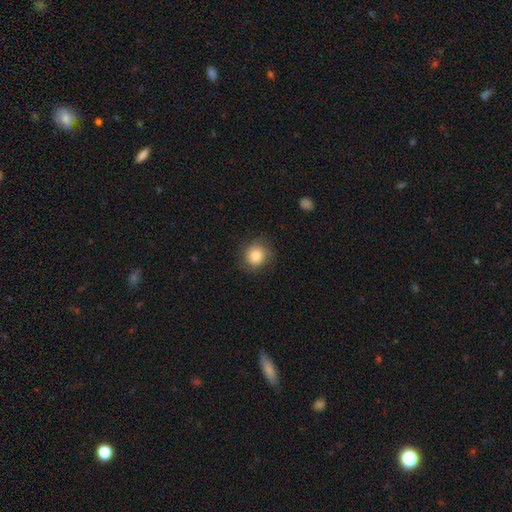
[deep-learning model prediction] Q: Smooth or featured?
A: smooth (82%); runner-up: featured or disk (9%)
Q: How rounded?
A: round (85%); runner-up: in between (14%)
Q: Merging?
A: none (79%); runner-up: minor disturbance (15%)